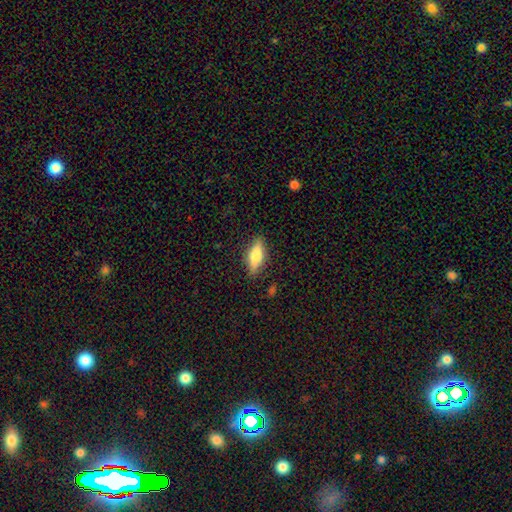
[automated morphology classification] Overall: smooth (61%; featured or disk 32%). How rounded: in between (56%; cigar-shaped 41%). Merging: none (85%).